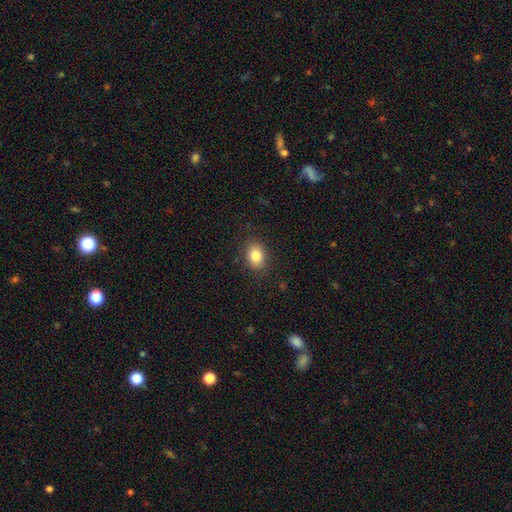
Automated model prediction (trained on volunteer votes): The model was most divided on "how rounded": in between: 63%, round: 36%, cigar-shaped: 1%. More confident: merging — none (87%); smooth or featured — smooth (84%).